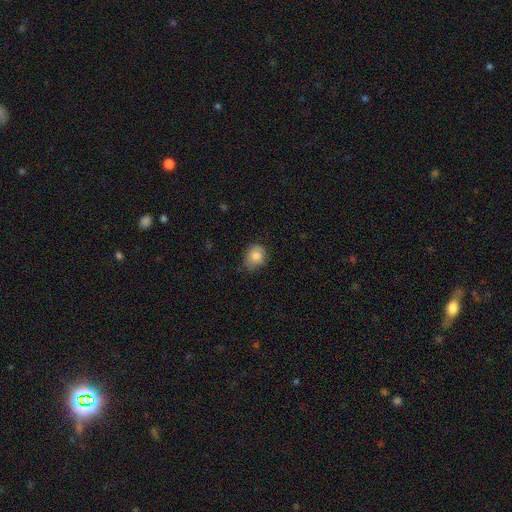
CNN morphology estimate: type=smooth (85%); roundness=round (57%); merging=none (68%).